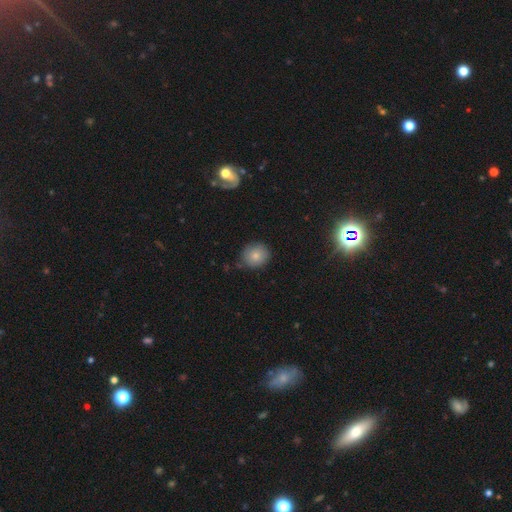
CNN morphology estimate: Smooth or featured: smooth — 80% (star or artifact — 10%)
How rounded: round — 85% (in between — 14%)
Merging: none — 82% (minor disturbance — 13%)